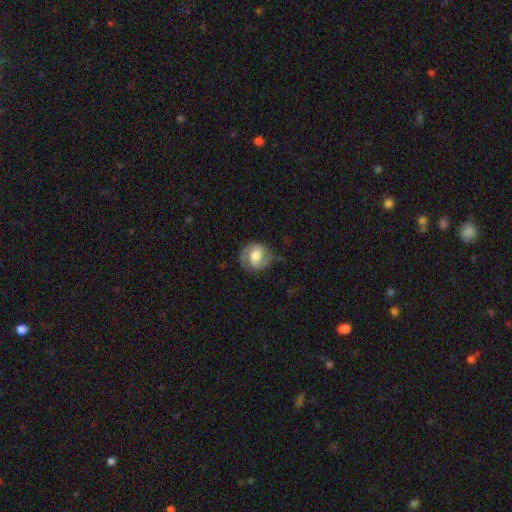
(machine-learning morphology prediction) Smooth or featured: featured or disk — 73% (smooth — 21%)
Edge-on disk: no — 97% (yes — 3%)
Bar: weak — 45% (strong — 27%)
Spiral arms: yes — 90% (no — 10%)
Spiral winding: medium — 47% (tight — 37%)
Spiral arm count: 2 — 87% (can't tell — 6%)
Bulge size: moderate — 51% (large — 29%)
Merging: none — 73% (minor disturbance — 18%)